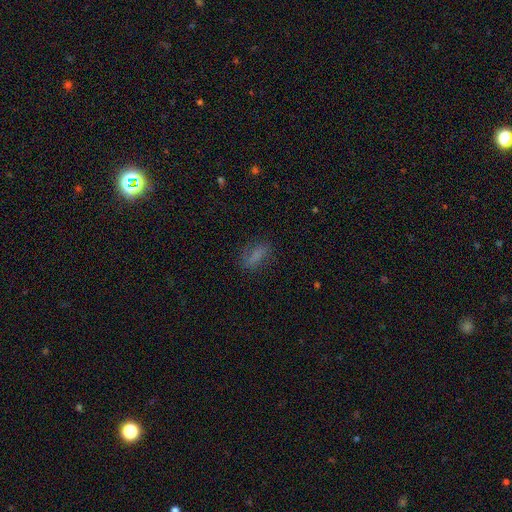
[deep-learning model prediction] Morphology: type=smooth (69%); roundness=in between (75%); merging=none (70%).